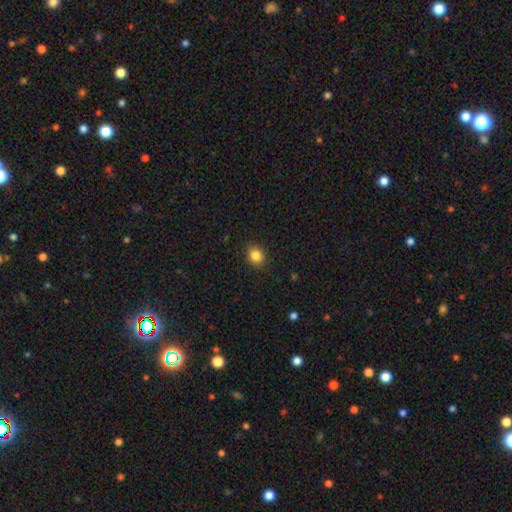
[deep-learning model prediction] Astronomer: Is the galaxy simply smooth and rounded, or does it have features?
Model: smooth — 85%.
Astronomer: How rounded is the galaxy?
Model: round — 61% (runner-up: in between, 38%).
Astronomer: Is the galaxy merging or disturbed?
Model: none — 89%.